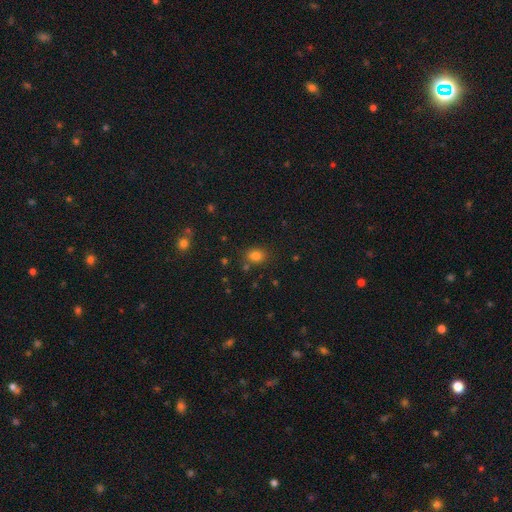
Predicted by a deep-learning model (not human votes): smooth_or_featured: smooth (p=0.80) [alt: star or artifact p=0.14]
how_rounded: in between (p=0.54) [alt: round p=0.45]
merging: none (p=0.76) [alt: minor disturbance p=0.13]